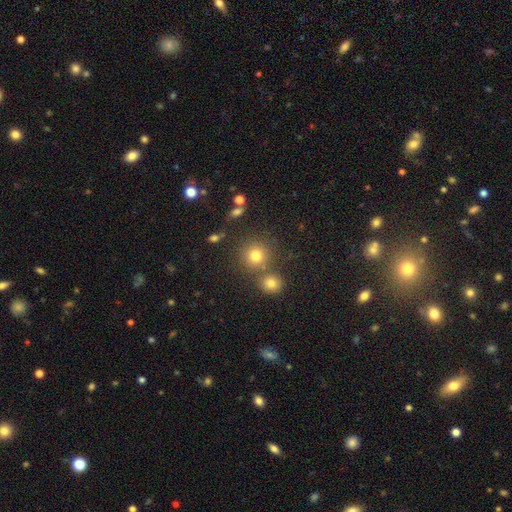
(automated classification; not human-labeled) Smooth or featured: smooth — 77% (star or artifact — 15%)
How rounded: round — 91% (in between — 8%)
Merging: none — 74% (merger — 15%)